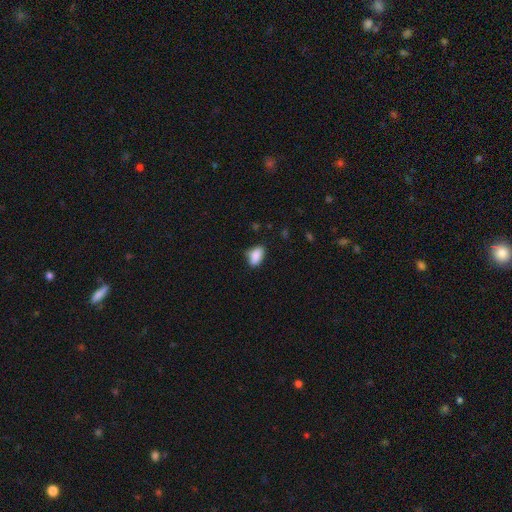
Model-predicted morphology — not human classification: The model was most divided on "merging": none: 64%, minor disturbance: 27%, major disturbance: 5%, merger: 3%. More confident: how rounded — in between (88%); smooth or featured — smooth (85%).